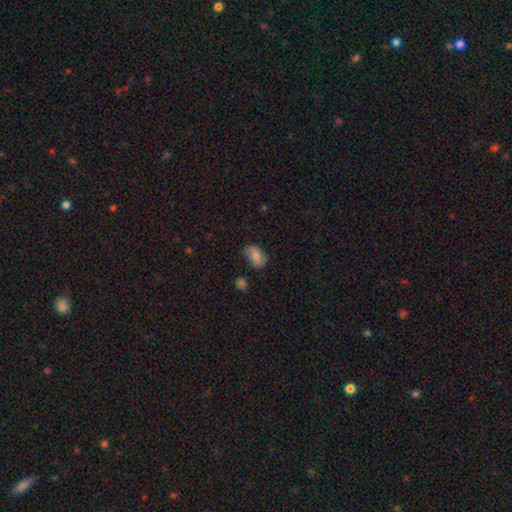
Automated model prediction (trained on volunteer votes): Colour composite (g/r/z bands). It shows a smooth galaxy with no disk features (67%) that is in between round and cigar-shaped (82%). Merging: none (68%).